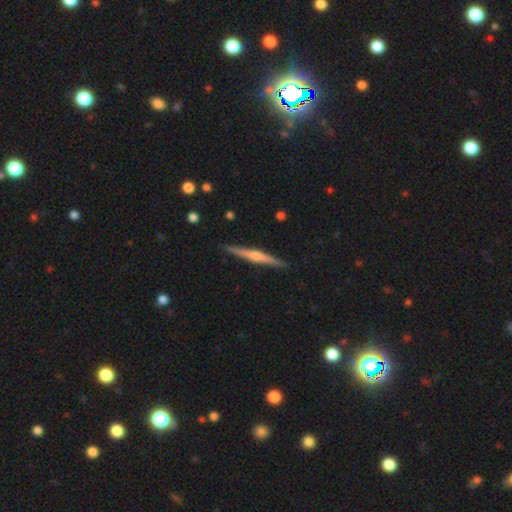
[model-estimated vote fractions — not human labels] smooth-or-featured: featured or disk: 74% | smooth: 21% | star or artifact: 5%
  disk-edge-on: yes: 98% | no: 2%
    edge-on-bulge: rounded: 83% | none: 10% | boxy: 7%
  merging: none: 91% | minor disturbance: 6% | major disturbance: 1% | merger: 1%